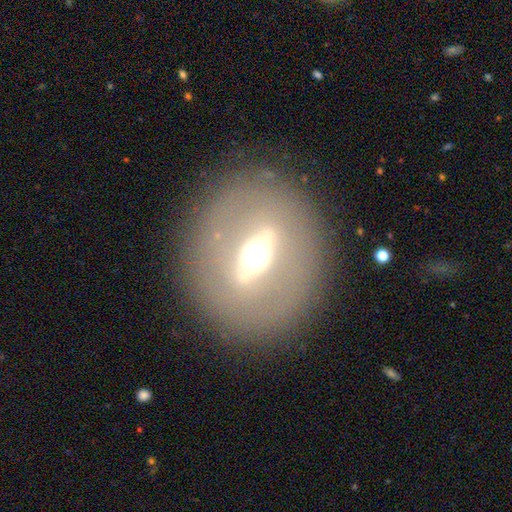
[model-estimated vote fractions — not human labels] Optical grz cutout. It shows a featured or disk galaxy (59%). Merging: none (83%).